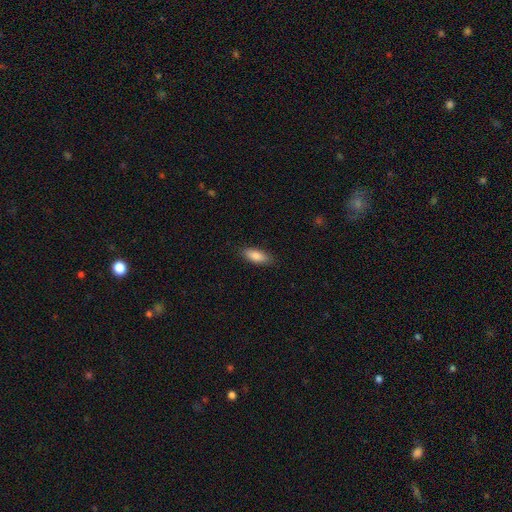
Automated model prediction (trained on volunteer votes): Q: Smooth or featured?
A: smooth (85%); runner-up: featured or disk (9%)
Q: How rounded?
A: in between (79%); runner-up: cigar-shaped (19%)
Q: Merging?
A: none (87%); runner-up: minor disturbance (10%)